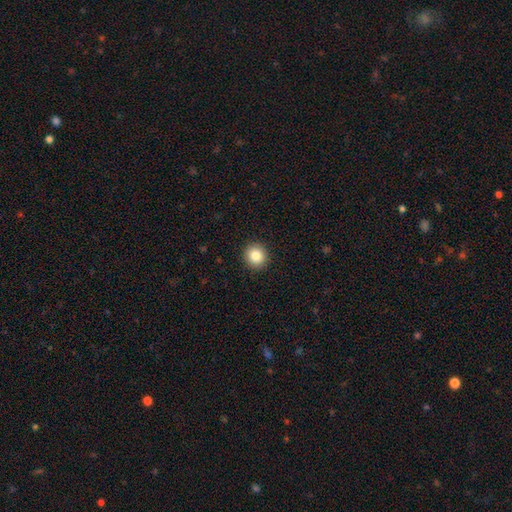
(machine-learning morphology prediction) Smooth or featured? smooth (84%)
How rounded? round (91%)
Merging? none (93%)